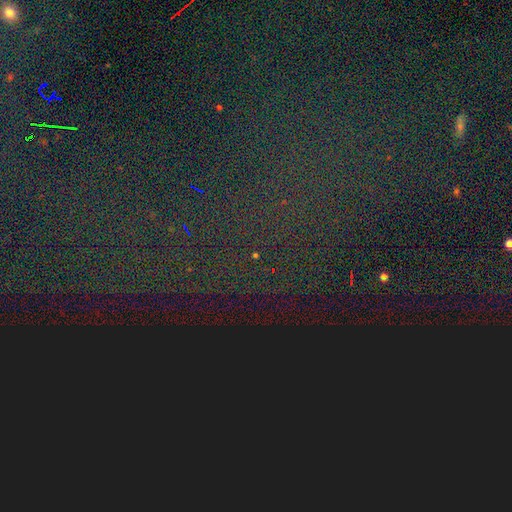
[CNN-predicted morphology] smooth_or_featured: star or artifact (p=0.84) [alt: smooth p=0.09]